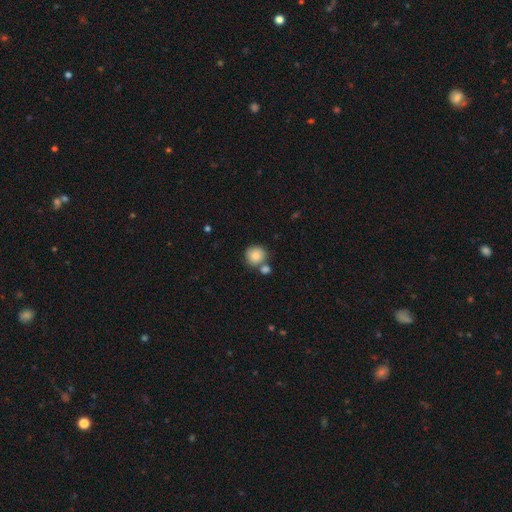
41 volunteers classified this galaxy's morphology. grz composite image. It shows a smooth galaxy with no disk features (90%) that is round (97%). Merging: none (57%).